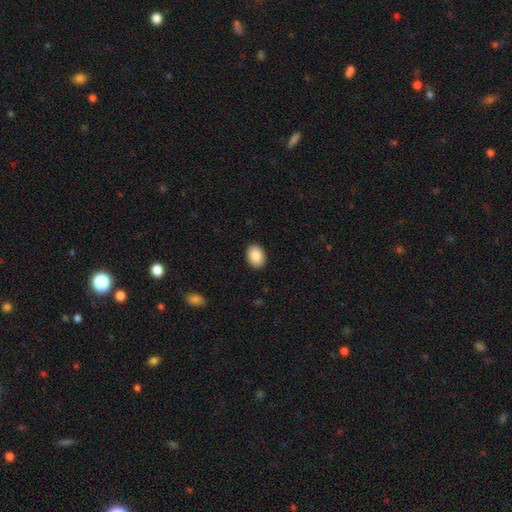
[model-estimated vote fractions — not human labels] The model was most divided on "how rounded": in between: 75%, round: 24%, cigar-shaped: 1%. More confident: merging — none (91%); smooth or featured — smooth (87%).